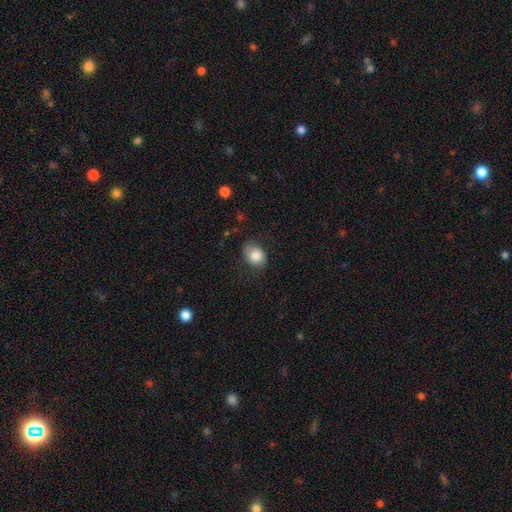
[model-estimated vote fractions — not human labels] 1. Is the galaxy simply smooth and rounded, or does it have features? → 82% smooth, 10% featured or disk, 8% star or artifact.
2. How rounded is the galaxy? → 66% in between, 33% round, 1% cigar-shaped.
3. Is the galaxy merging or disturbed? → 71% none, 21% minor disturbance, 7% major disturbance, 1% merger.